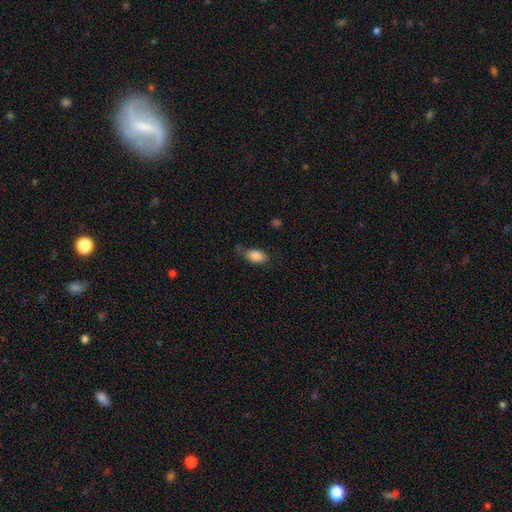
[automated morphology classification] smooth 84%, featured or disk 8%, star or artifact 8%. Down the decision tree: how rounded — in between (91%); merging — none (66%).